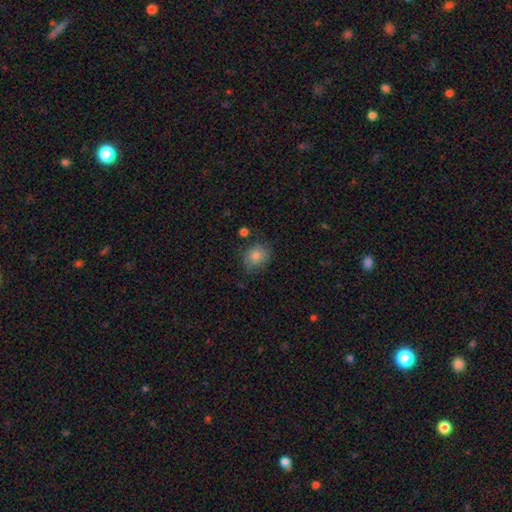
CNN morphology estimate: type=smooth (76%); roundness=round (68%); merging=none (73%).